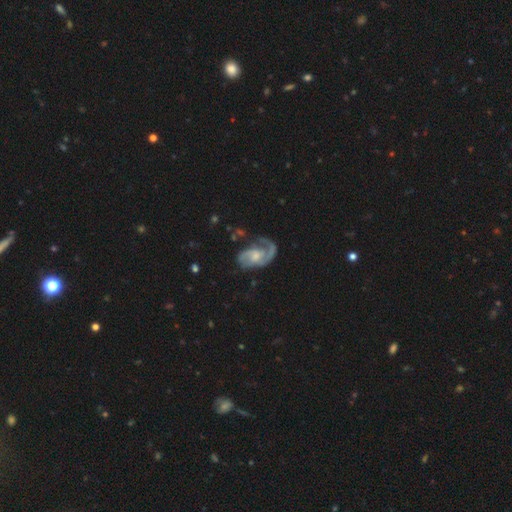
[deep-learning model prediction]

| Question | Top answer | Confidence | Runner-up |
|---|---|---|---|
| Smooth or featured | featured or disk | 84% | smooth (11%) |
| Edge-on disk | no | 97% | yes (3%) |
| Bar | no | 53% | weak (40%) |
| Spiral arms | yes | 95% | no (5%) |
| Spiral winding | medium | 49% | tight (27%) |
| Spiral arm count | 2 | 68% | 1 (19%) |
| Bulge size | moderate | 42% | small (36%) |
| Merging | none | 55% | minor disturbance (22%) |